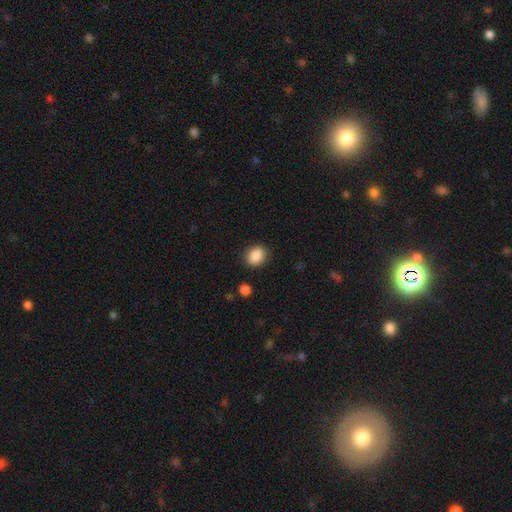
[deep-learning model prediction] This appears to be a smooth galaxy with no disk features (88%) that is in between round and cigar-shaped (54%). Merging: none (87%).